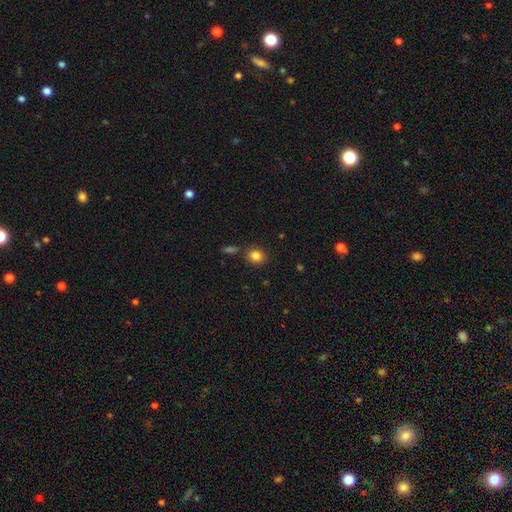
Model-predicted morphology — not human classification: type=smooth (83%); roundness=round (81%); merging=none (81%).